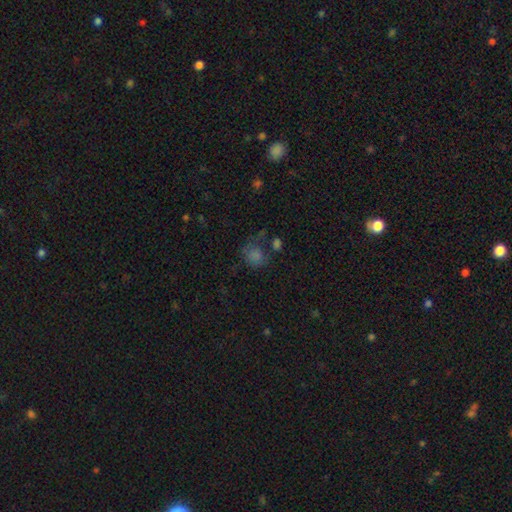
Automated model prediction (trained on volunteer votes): Smooth or featured: smooth — 60% (star or artifact — 27%)
How rounded: round — 69% (in between — 30%)
Merging: none — 49% (minor disturbance — 20%)